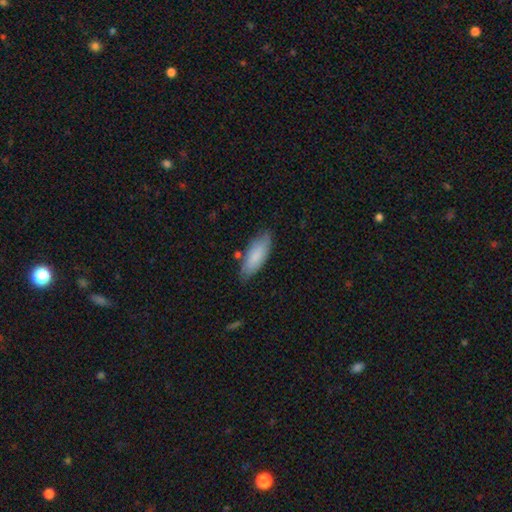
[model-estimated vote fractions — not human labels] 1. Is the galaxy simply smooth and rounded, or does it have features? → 81% smooth, 13% featured or disk, 6% star or artifact.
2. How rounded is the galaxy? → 68% in between, 31% cigar-shaped, 1% round.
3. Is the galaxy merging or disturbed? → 77% none, 17% minor disturbance, 3% merger, 3% major disturbance.